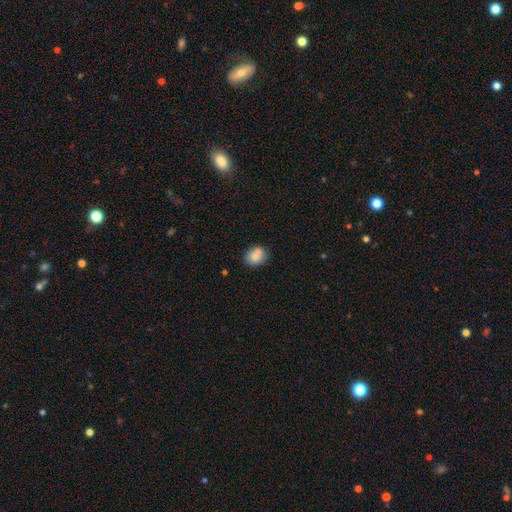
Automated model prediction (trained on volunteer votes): smooth 84%, star or artifact 9%, featured or disk 8%. Down the decision tree: how rounded — round (57%); merging — none (68%).